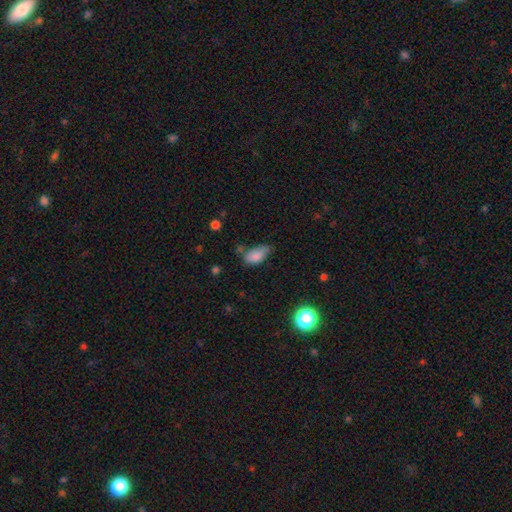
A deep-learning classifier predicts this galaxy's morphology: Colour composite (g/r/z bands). It shows a smooth galaxy with no disk features (83%) that is in between round and cigar-shaped (91%). Merging: none (47%).